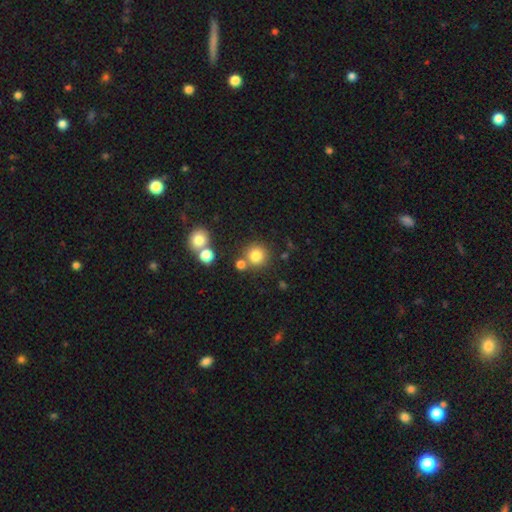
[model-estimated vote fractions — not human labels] This is likely a smooth galaxy (79%). How rounded: clearly round (93%). Merging: likely none (76%).